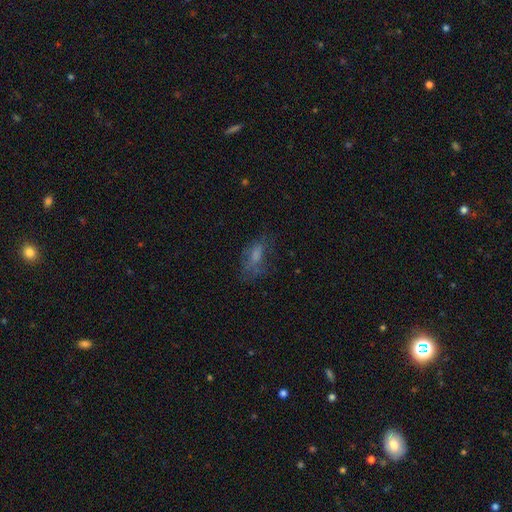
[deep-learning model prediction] A smooth galaxy with no disk features (54%) that is in between round and cigar-shaped (73%). Merging: none (50%).